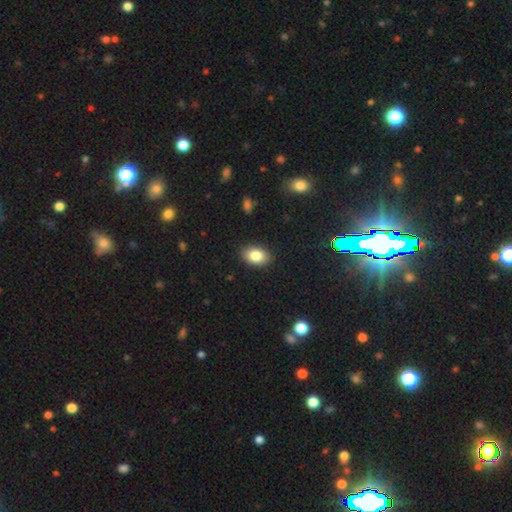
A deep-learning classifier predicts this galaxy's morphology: smooth 83%, featured or disk 9%, star or artifact 8%. Down the decision tree: how rounded — in between (87%); merging — none (89%).